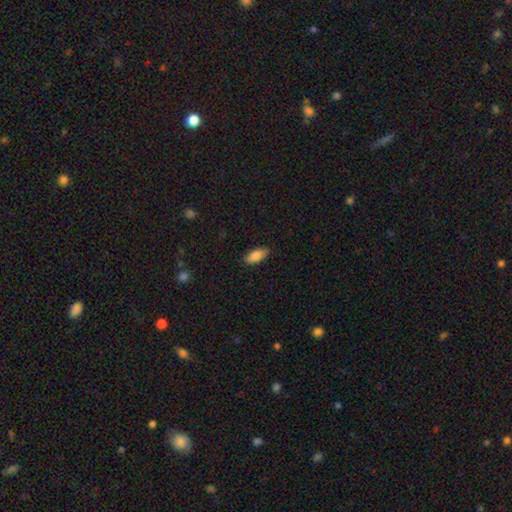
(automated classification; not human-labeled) smooth 86%, featured or disk 7%, star or artifact 7%. Down the decision tree: how rounded — in between (88%); merging — none (86%).